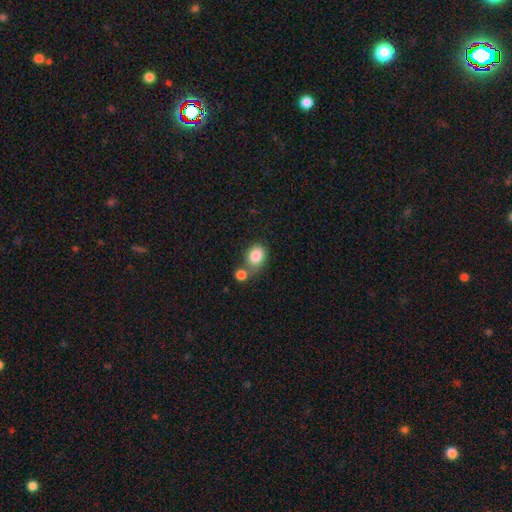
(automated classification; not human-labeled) This appears to be a smooth galaxy with no disk features (85%) that is in between round and cigar-shaped (50%). Merging: none (47%).